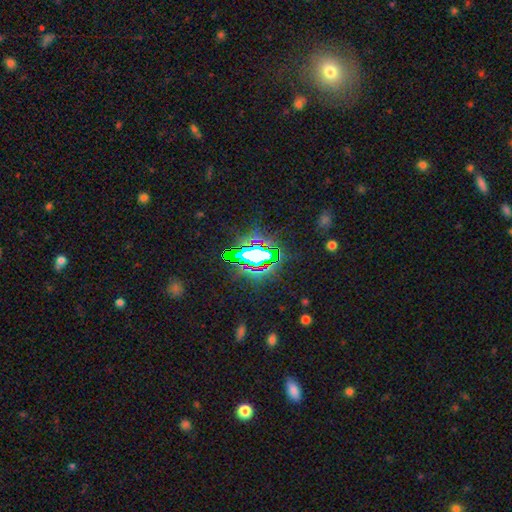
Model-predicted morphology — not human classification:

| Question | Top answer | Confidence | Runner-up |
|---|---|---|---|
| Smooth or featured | star or artifact | 71% | smooth (17%) |